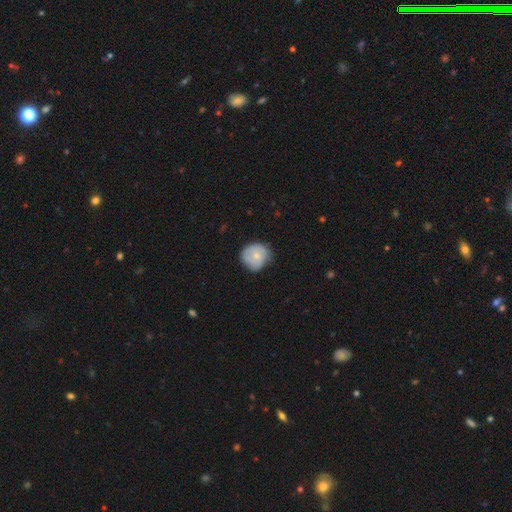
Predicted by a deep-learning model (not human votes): smooth-or-featured: smooth: 66% | featured or disk: 28% | star or artifact: 7%
  how-rounded: round: 83% | in between: 16% | cigar-shaped: 1%
  merging: none: 58% | minor disturbance: 33% | major disturbance: 8% | merger: 1%